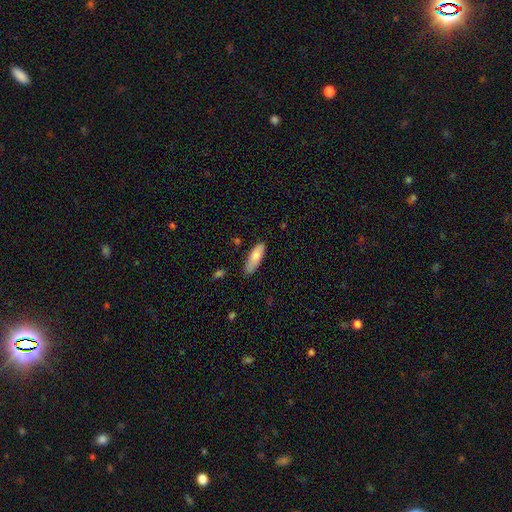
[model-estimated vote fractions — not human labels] Overall: smooth (79%). How rounded: in between (61%; cigar-shaped 37%). Merging: none (72%).